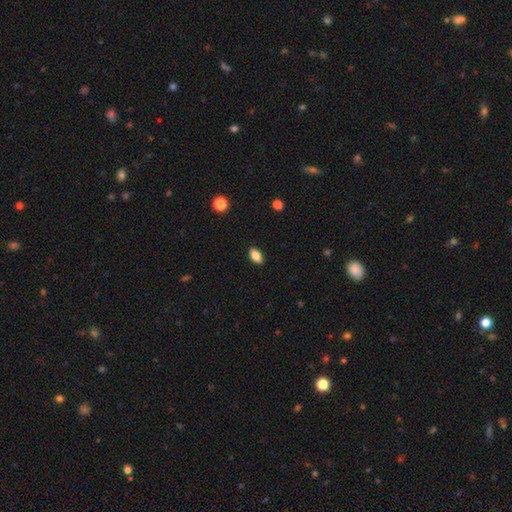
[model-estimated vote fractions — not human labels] Smooth or featured? smooth (83%)
How rounded? in between (90%)
Merging? none (89%)